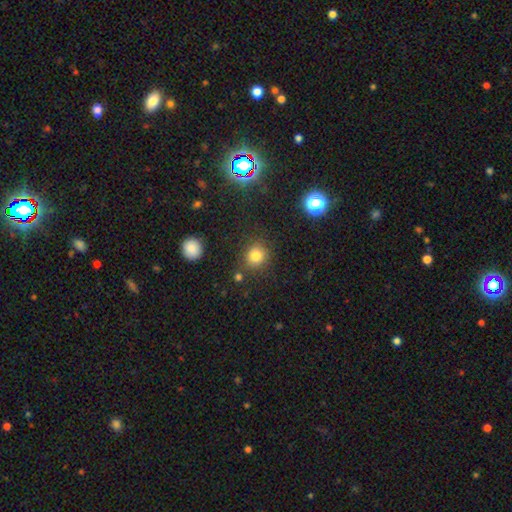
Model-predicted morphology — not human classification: This appears to be a smooth galaxy with no disk features (79%) that is round (86%). Merging: none (83%).